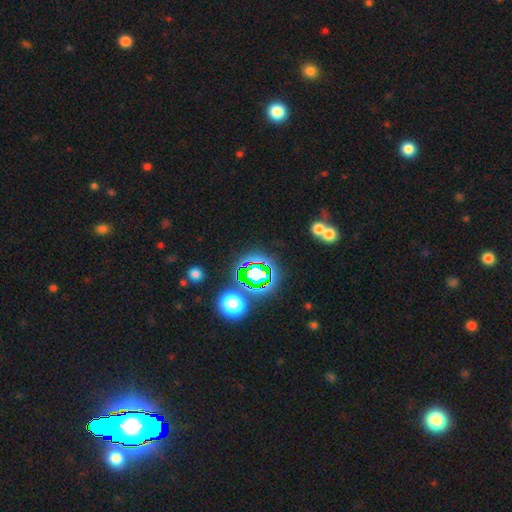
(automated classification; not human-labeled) This is likely a star or artifact rather than a galaxy (77%).